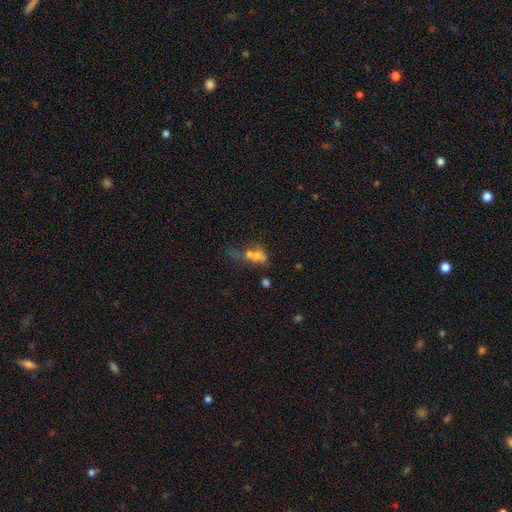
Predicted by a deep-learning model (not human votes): Smooth or featured?
  - smooth: 52% *
  - featured or disk: 31%
  - star or artifact: 17%
How rounded?
  - in between: 52% *
  - round: 44%
  - cigar-shaped: 5%
Merging?
  - merger: 60% *
  - none: 17%
  - major disturbance: 14%
  - minor disturbance: 8%